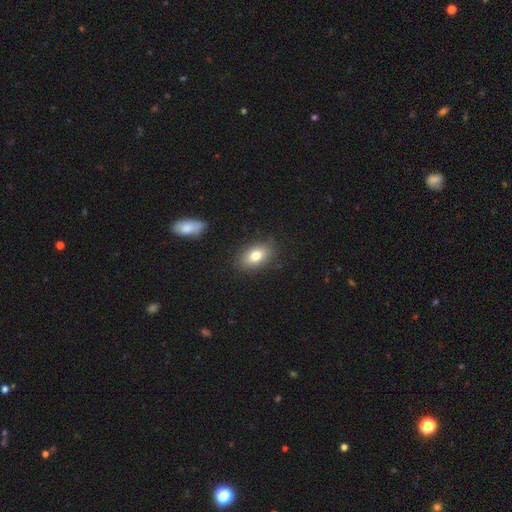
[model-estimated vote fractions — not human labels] Q: Smooth or featured?
A: smooth (79%); runner-up: featured or disk (13%)
Q: How rounded?
A: in between (86%); runner-up: round (12%)
Q: Merging?
A: none (85%); runner-up: minor disturbance (11%)